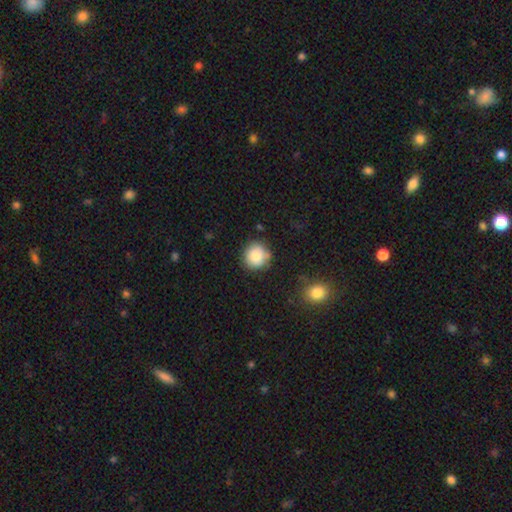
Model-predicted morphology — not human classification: smooth_or_featured: smooth (p=0.84) [alt: star or artifact p=0.09]
how_rounded: round (p=0.93) [alt: in between p=0.06]
merging: none (p=0.81) [alt: minor disturbance p=0.12]